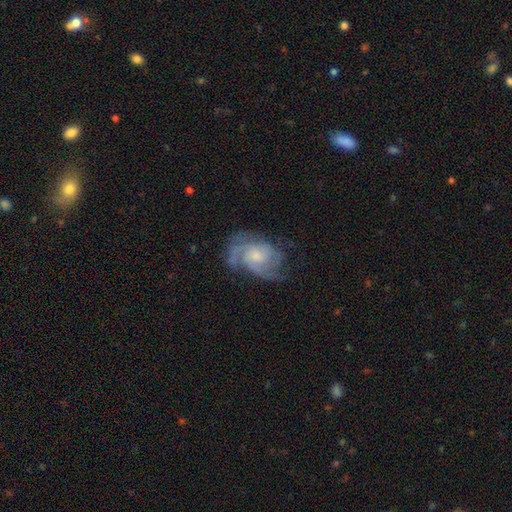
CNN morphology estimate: type=featured or disk (84%); edge-on=no (97%); bar=no (69%); spiral arms=yes (96%); winding=tight (44%); arm count=3 (36%); bulge=small (47%); merging=none (61%).